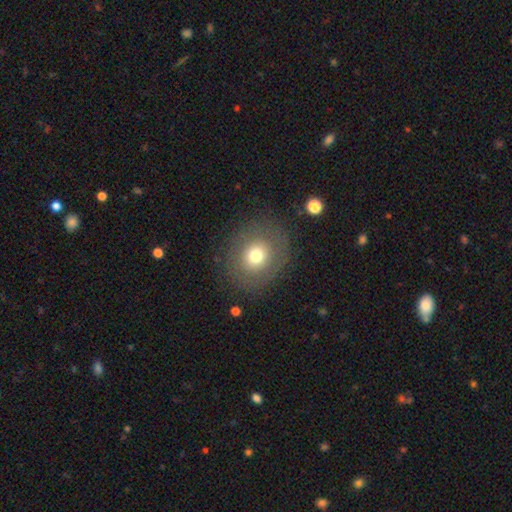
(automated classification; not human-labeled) smooth_or_featured: smooth (p=0.68) [alt: featured or disk p=0.20]
how_rounded: round (p=0.74) [alt: in between p=0.25]
merging: none (p=0.83) [alt: minor disturbance p=0.10]